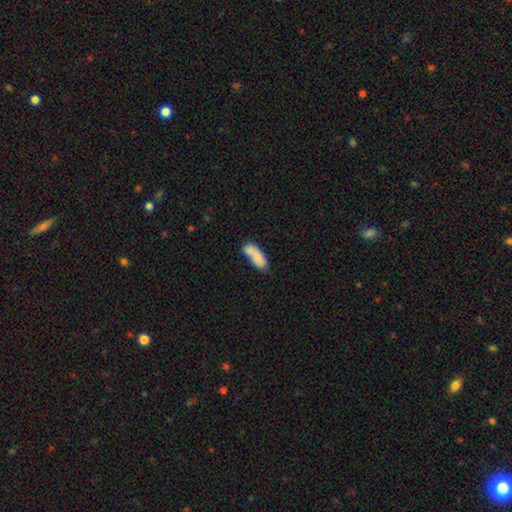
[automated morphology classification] The model was most divided on "merging": none: 43%, merger: 25%, minor disturbance: 24%, major disturbance: 8%. More confident: smooth or featured — smooth (81%); how rounded — in between (69%).